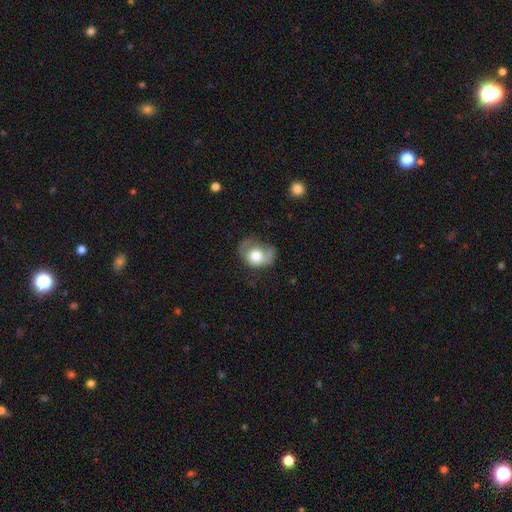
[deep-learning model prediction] This is likely a smooth galaxy (62%). How rounded: possibly in between (59%). Merging: marginally major disturbance (37%).